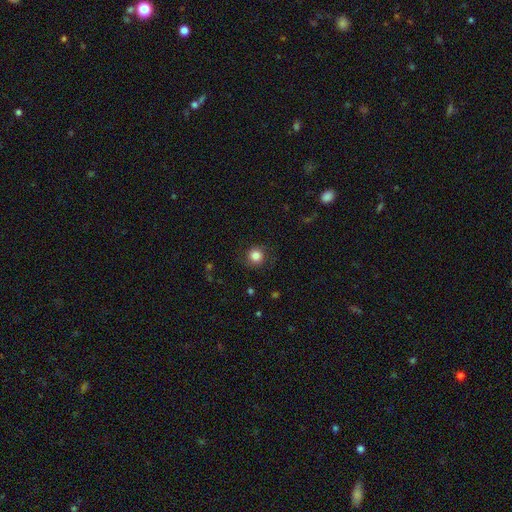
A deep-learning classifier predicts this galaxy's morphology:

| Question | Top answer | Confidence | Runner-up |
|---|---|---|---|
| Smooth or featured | smooth | 83% | star or artifact (11%) |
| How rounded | round | 93% | in between (6%) |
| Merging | none | 84% | minor disturbance (10%) |